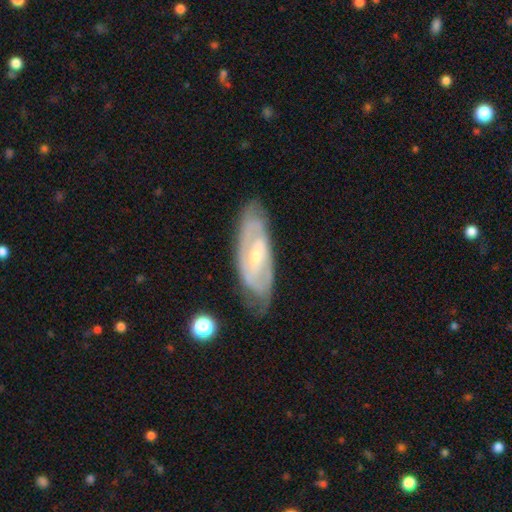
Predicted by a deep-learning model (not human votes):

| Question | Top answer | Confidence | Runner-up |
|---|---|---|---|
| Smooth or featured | featured or disk | 79% | smooth (15%) |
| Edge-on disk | no | 88% | yes (12%) |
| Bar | no | 40% | weak (39%) |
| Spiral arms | yes | 84% | no (16%) |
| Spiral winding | tight | 56% | medium (33%) |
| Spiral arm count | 2 | 54% | can't tell (33%) |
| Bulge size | small | 67% | moderate (30%) |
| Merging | none | 71% | minor disturbance (20%) |